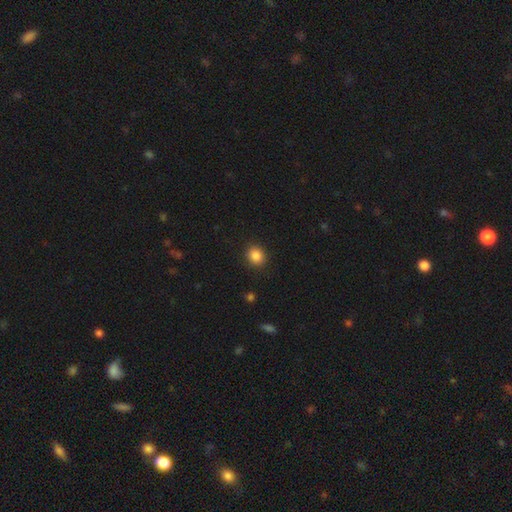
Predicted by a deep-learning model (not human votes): smooth_or_featured: smooth (p=0.86) [alt: star or artifact p=0.10]
how_rounded: round (p=0.74) [alt: in between p=0.25]
merging: none (p=0.90) [alt: minor disturbance p=0.07]